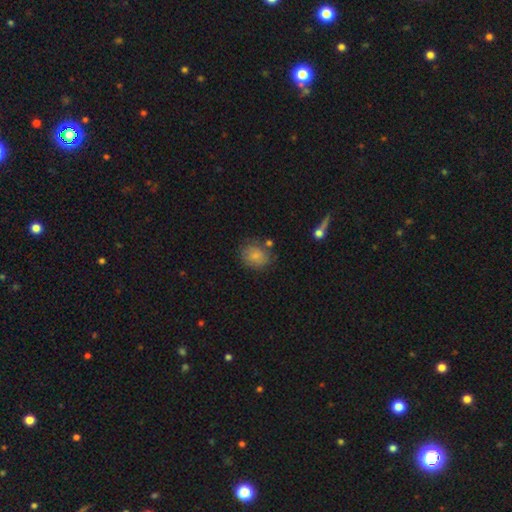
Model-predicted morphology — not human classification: A smooth galaxy with no disk features (81%) that is round (71%). Merging: none (72%).